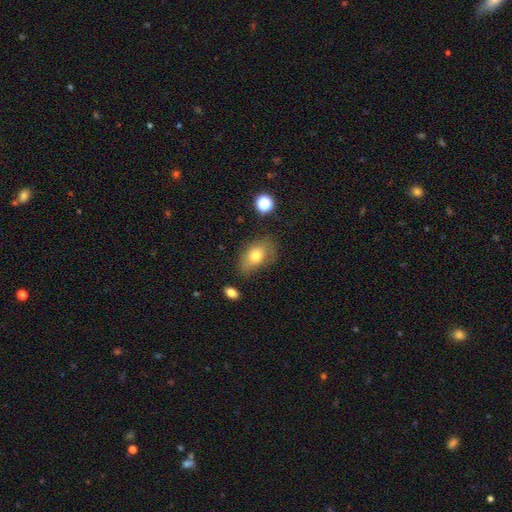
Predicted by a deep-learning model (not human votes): Smooth or featured: smooth — 75% (featured or disk — 16%)
How rounded: in between — 83% (round — 15%)
Merging: none — 66% (minor disturbance — 23%)